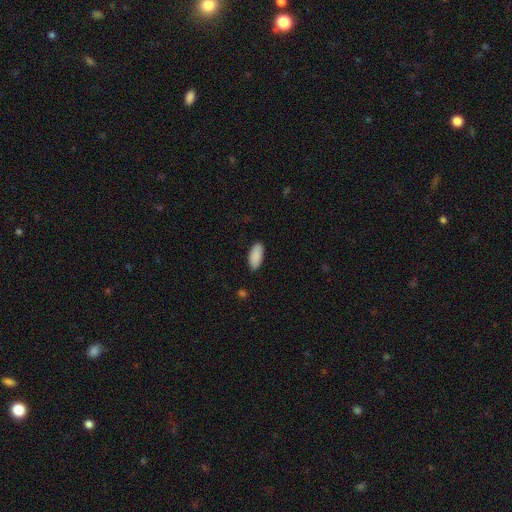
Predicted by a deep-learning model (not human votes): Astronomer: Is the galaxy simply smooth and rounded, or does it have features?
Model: smooth — 90%.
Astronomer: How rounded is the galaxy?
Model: in between — 90%.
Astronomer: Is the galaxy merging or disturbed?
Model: none — 88%.